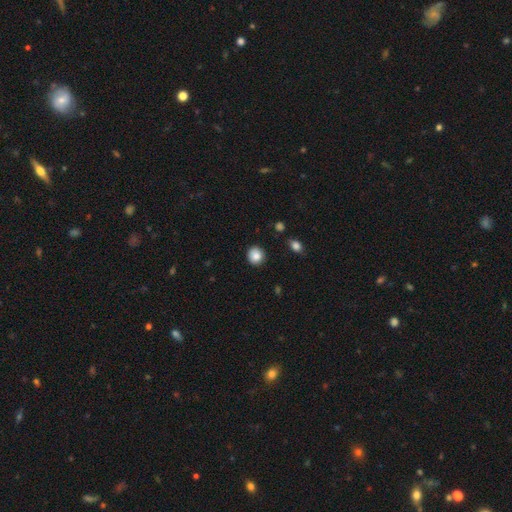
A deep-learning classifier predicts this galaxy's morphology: Smooth or featured?
  - smooth: 86% *
  - star or artifact: 9%
  - featured or disk: 5%
How rounded?
  - round: 85% *
  - in between: 14%
  - cigar-shaped: 1%
Merging?
  - none: 89% *
  - minor disturbance: 8%
  - major disturbance: 2%
  - merger: 1%